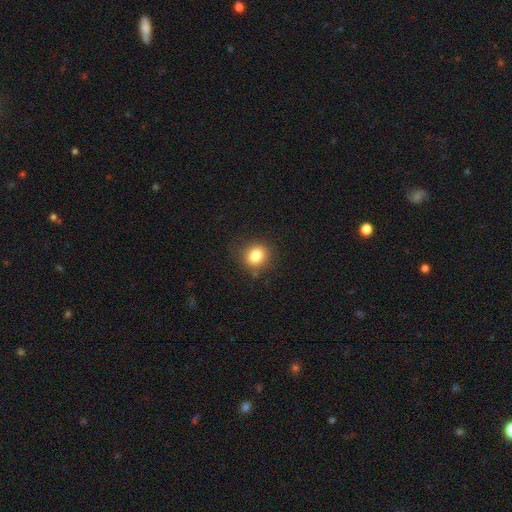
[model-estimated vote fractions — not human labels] smooth_or_featured: smooth (p=0.82) [alt: star or artifact p=0.12]
how_rounded: round (p=0.79) [alt: in between p=0.20]
merging: none (p=0.85) [alt: minor disturbance p=0.10]